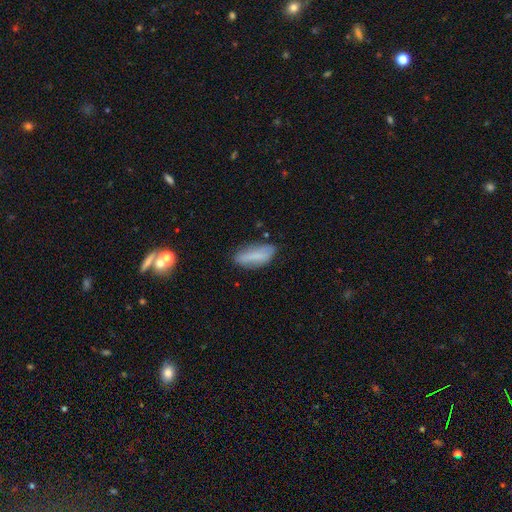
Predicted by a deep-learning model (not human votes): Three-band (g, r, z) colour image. It shows a smooth galaxy with no disk features (72%) that is in between round and cigar-shaped (67%). Merging: none (68%).